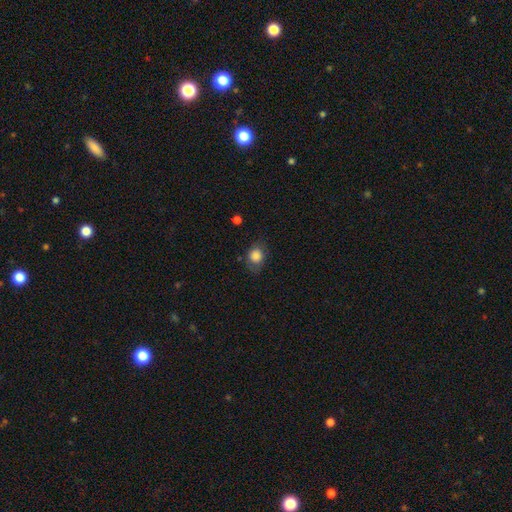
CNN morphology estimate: type=smooth (83%); roundness=round (56%); merging=none (68%).